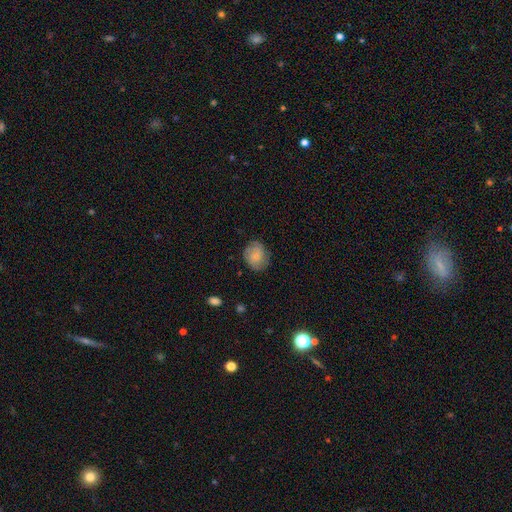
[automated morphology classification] Smooth or featured?
  - smooth: 65% *
  - featured or disk: 28%
  - star or artifact: 7%
How rounded?
  - round: 62% *
  - in between: 37%
  - cigar-shaped: 1%
Merging?
  - none: 75% *
  - minor disturbance: 19%
  - major disturbance: 5%
  - merger: 1%